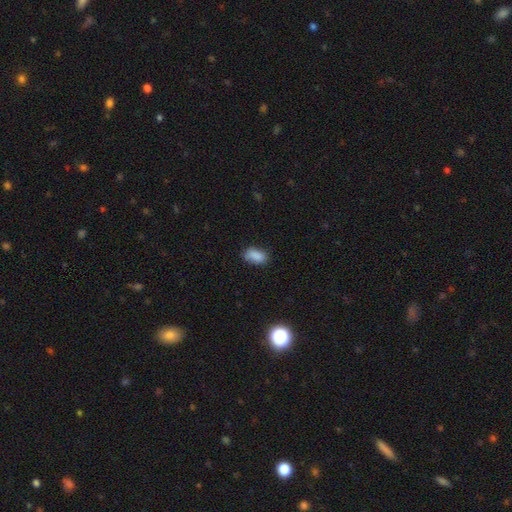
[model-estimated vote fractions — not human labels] A smooth galaxy with no disk features (87%) that is in between round and cigar-shaped (89%). Merging: none (74%).